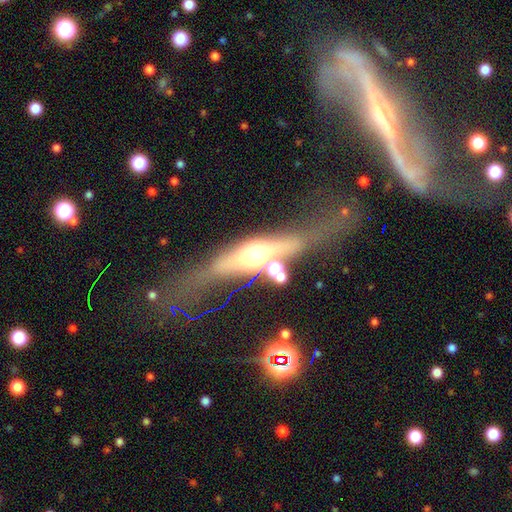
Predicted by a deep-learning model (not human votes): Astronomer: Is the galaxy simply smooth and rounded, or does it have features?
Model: featured or disk — 66%.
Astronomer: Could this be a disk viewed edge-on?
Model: yes — 87%.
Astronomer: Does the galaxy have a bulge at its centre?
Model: rounded — 88%.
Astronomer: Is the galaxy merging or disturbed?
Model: none — 59%.